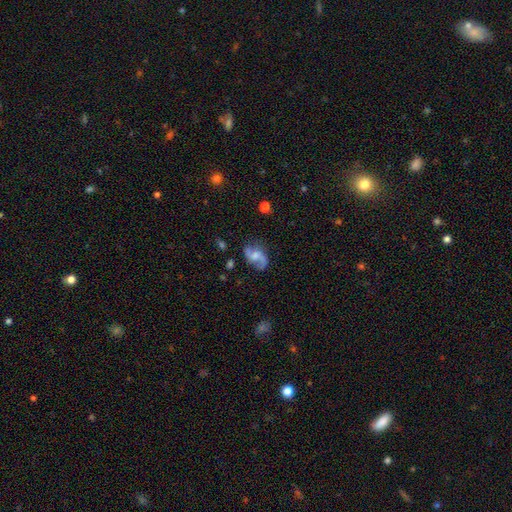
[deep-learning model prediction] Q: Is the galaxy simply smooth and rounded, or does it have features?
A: featured or disk — 76%.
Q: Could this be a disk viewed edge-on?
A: no — 97%.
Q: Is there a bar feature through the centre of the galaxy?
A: no — 53%.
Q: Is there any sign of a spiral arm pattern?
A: yes — 93%.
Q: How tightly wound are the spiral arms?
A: loose — 61%.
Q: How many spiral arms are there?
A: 2 — 87%.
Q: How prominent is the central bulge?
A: moderate — 43%.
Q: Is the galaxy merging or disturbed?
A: none — 65%.